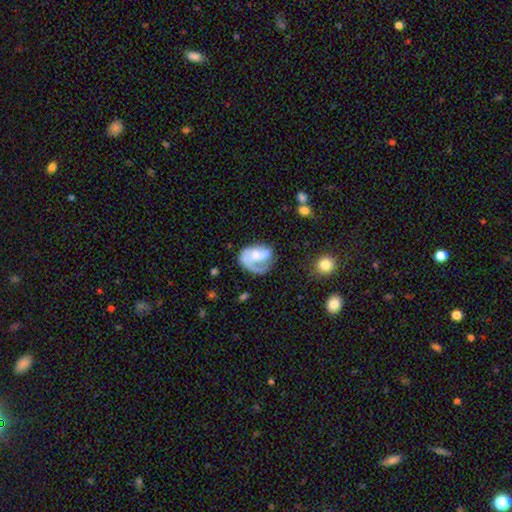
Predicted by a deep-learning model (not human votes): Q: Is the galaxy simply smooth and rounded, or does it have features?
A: featured or disk — 57%.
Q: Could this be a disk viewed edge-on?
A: no — 97%.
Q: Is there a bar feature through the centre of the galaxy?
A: no — 53%.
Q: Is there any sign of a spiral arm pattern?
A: yes — 70%.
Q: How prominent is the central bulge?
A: small — 32%.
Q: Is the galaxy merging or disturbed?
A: major disturbance — 36%.